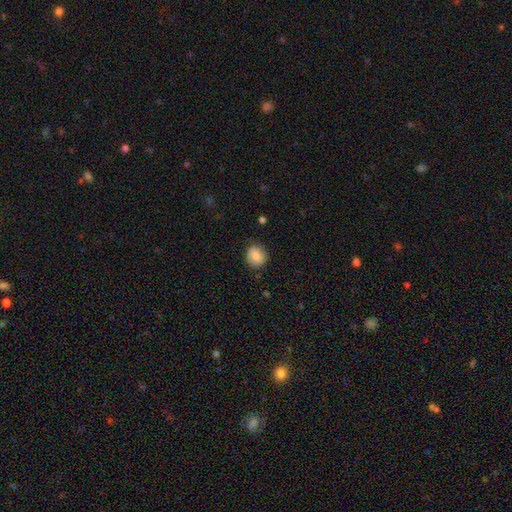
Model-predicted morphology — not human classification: Q: Smooth or featured?
A: smooth (80%); runner-up: featured or disk (12%)
Q: How rounded?
A: round (81%); runner-up: in between (18%)
Q: Merging?
A: none (80%); runner-up: minor disturbance (15%)